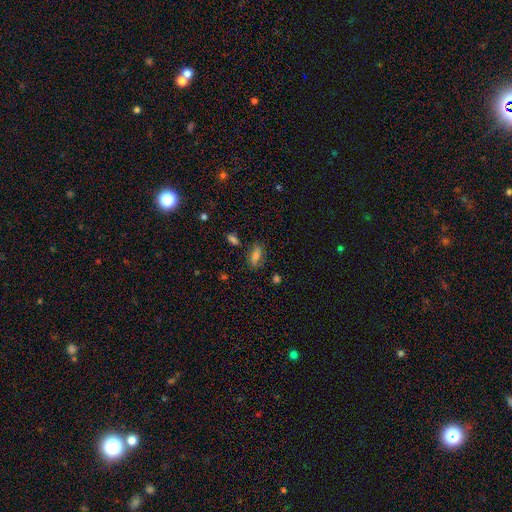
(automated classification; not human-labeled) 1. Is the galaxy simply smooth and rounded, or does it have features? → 67% smooth, 21% featured or disk, 12% star or artifact.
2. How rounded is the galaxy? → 81% in between, 13% cigar-shaped, 6% round.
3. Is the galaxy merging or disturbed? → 73% none, 17% minor disturbance, 5% major disturbance, 5% merger.